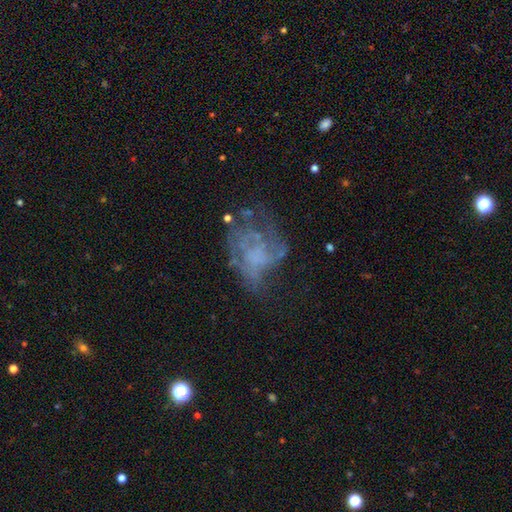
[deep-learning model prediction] A featured or disk galaxy (64%) with no bar (84%), no spiral arms (55%) and no central bulge (72%). Merging: none (40%).